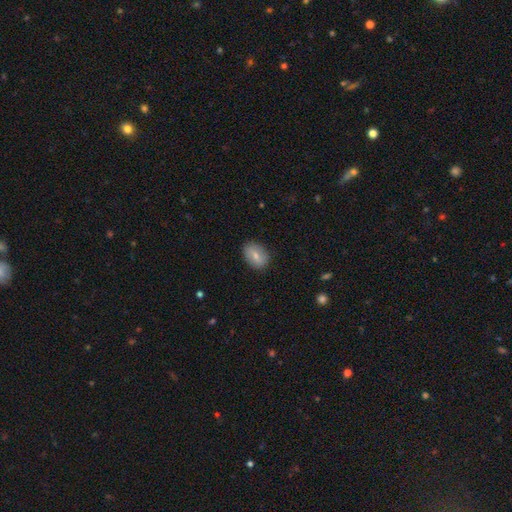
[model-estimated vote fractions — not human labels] A smooth galaxy with no disk features (68%) that is in between round and cigar-shaped (80%).

Vote fractions:
- Smooth or featured? smooth: 68% / featured or disk: 25% / star or artifact: 7%
- How rounded? in between: 80% / round: 18% / cigar-shaped: 2%
- Merging? none: 86% / minor disturbance: 10% / major disturbance: 3% / merger: 1%